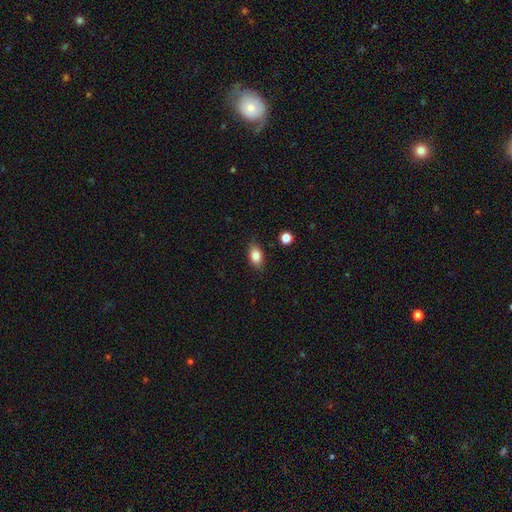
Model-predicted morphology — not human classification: Smooth or featured: smooth — 83% (star or artifact — 8%)
How rounded: in between — 87% (round — 10%)
Merging: none — 84% (minor disturbance — 12%)